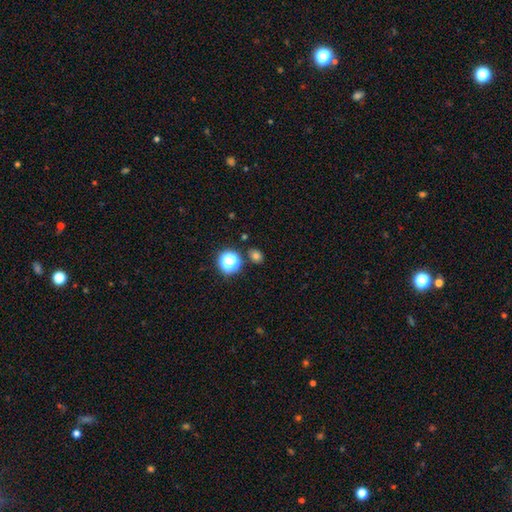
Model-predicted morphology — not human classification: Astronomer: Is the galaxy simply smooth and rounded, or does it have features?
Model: smooth — 74%.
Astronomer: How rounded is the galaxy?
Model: round — 57% (runner-up: in between, 41%).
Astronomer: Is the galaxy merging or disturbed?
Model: none — 83%.